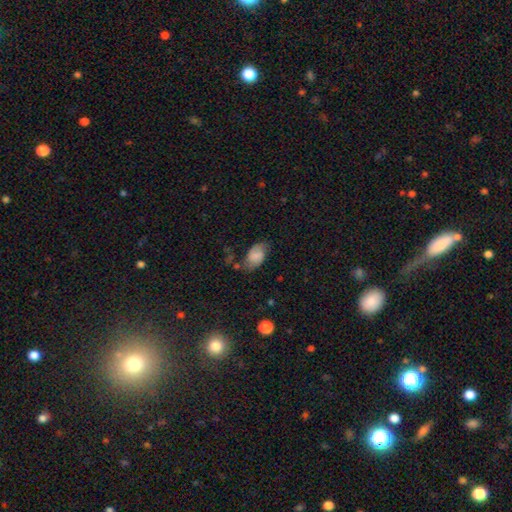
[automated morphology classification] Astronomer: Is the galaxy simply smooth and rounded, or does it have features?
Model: smooth — 67%.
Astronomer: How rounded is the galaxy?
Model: in between — 92%.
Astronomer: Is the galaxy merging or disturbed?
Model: none — 59%.